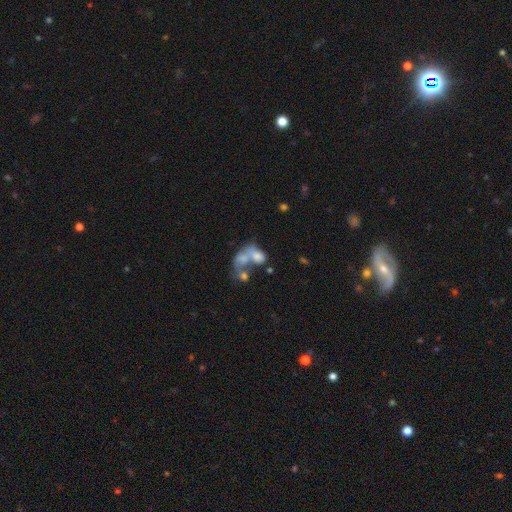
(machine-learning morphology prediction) type=smooth (57%); roundness=in between (78%); merging=merger (65%).